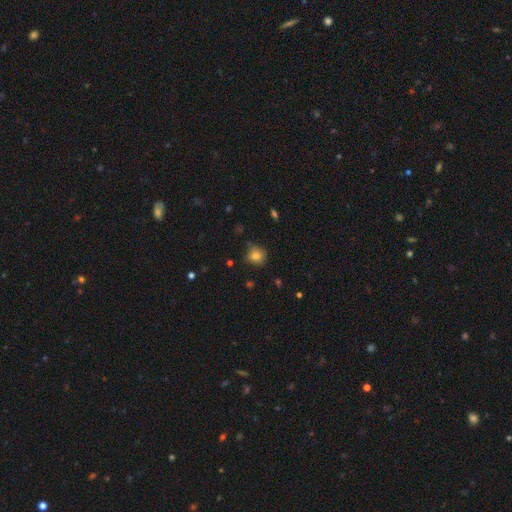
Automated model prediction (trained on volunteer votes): Smooth or featured?
  - smooth: 80% *
  - star or artifact: 12%
  - featured or disk: 7%
How rounded?
  - round: 86% *
  - in between: 13%
  - cigar-shaped: 1%
Merging?
  - none: 81% *
  - minor disturbance: 14%
  - major disturbance: 3%
  - merger: 2%